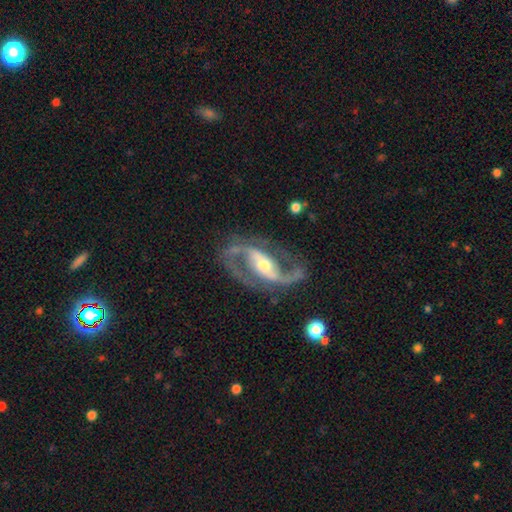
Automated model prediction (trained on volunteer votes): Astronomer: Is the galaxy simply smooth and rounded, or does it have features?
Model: featured or disk — 92%.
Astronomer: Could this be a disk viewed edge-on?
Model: no — 96%.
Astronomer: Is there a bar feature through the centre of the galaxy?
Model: strong — 52% (runner-up: weak, 31%).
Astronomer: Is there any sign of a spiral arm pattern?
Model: yes — 97%.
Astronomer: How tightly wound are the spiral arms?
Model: medium — 55% (runner-up: loose, 32%).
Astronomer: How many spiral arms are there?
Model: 2 — 94%.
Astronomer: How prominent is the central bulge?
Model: moderate — 59%.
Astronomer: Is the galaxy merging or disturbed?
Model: none — 77%.